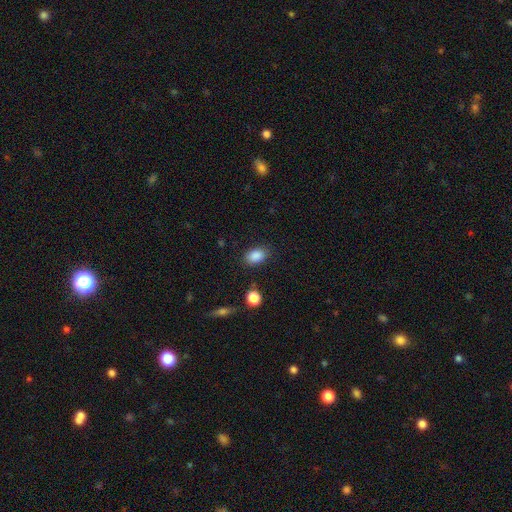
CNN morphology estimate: Overall: smooth (87%). How rounded: in between (83%). Merging: none (84%).